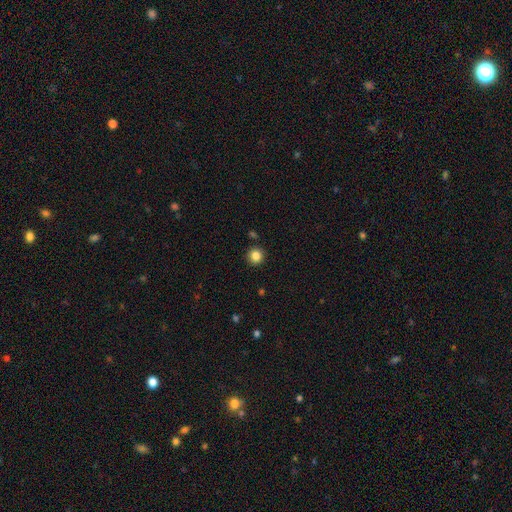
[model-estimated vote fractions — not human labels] Smooth or featured? smooth (85%)
How rounded? round (94%)
Merging? none (90%)